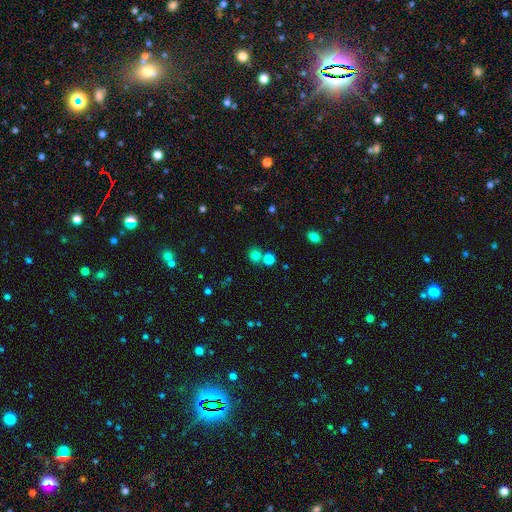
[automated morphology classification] Overall: smooth (77%). How rounded: round (83%). Merging: none (65%).